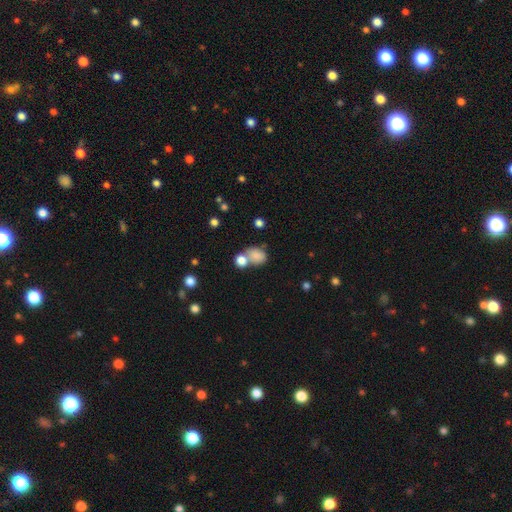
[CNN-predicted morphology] Overall: smooth (82%). How rounded: in between (52%; round 47%). Merging: merger (46%; none 37%).